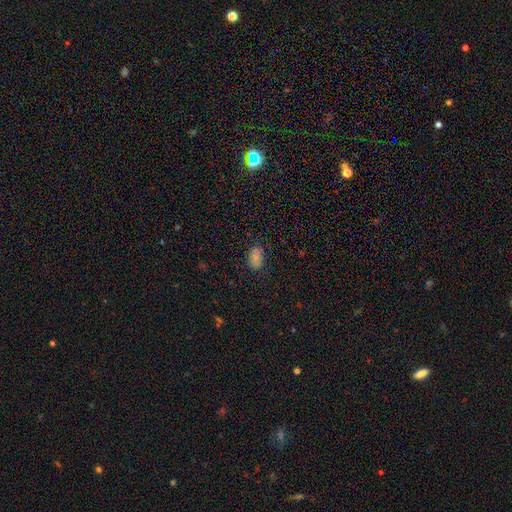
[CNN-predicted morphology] Overall: smooth (69%). How rounded: in between (88%). Merging: none (78%).